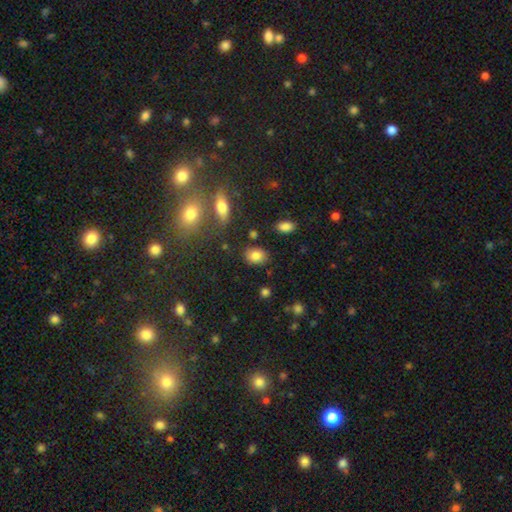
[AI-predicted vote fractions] Smooth or featured? smooth (84%)
How rounded? in between (69%)
Merging? none (82%)